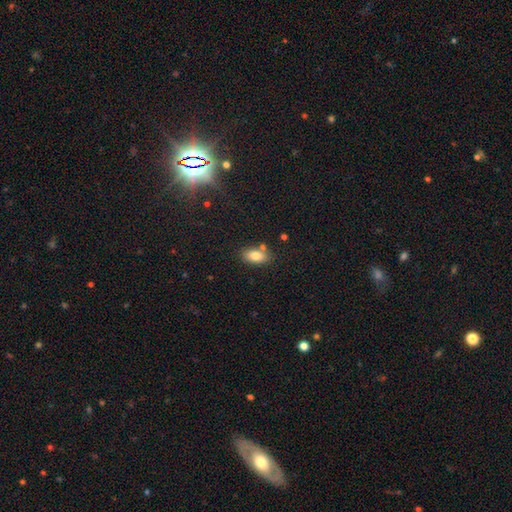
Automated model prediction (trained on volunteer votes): Smooth or featured? smooth (80%)
How rounded? in between (90%)
Merging? none (76%)